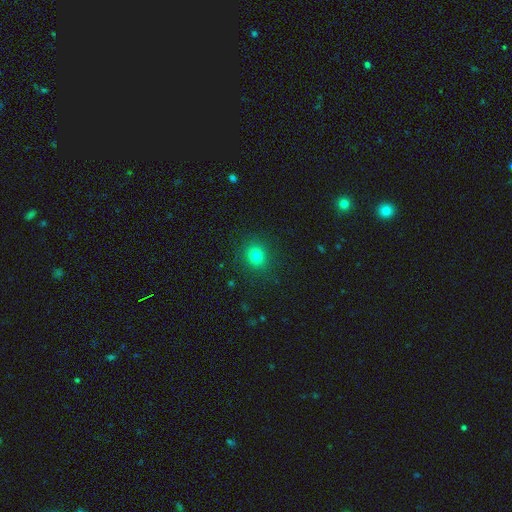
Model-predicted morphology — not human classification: A smooth galaxy with no disk features (79%) that is round (79%).

Vote fractions:
- Smooth or featured? smooth: 79% / star or artifact: 15% / featured or disk: 7%
- How rounded? round: 79% / in between: 20% / cigar-shaped: 1%
- Merging? none: 89% / minor disturbance: 7% / major disturbance: 3% / merger: 1%